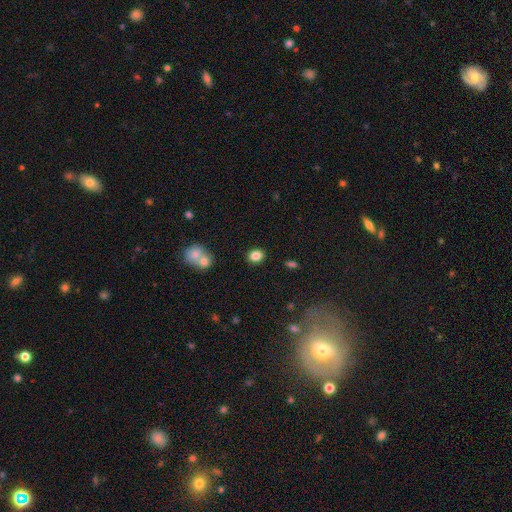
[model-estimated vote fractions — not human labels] Smooth or featured?
  - smooth: 85% *
  - star or artifact: 10%
  - featured or disk: 5%
How rounded?
  - round: 53% *
  - in between: 46%
  - cigar-shaped: 1%
Merging?
  - none: 86% *
  - minor disturbance: 8%
  - merger: 4%
  - major disturbance: 2%